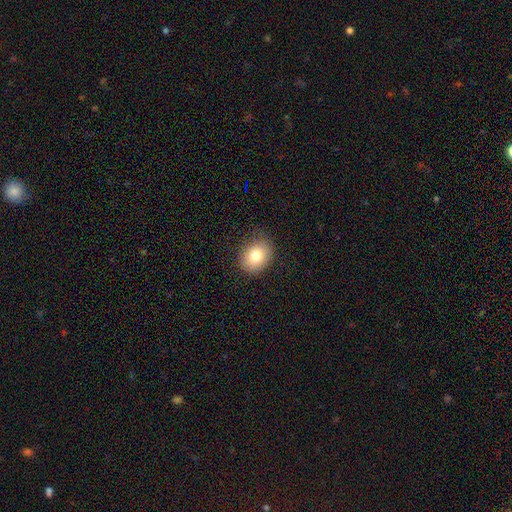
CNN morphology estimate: The model was most divided on "how rounded": in between: 51%, round: 48%, cigar-shaped: 1%. More confident: smooth or featured — smooth (81%); merging — none (81%).